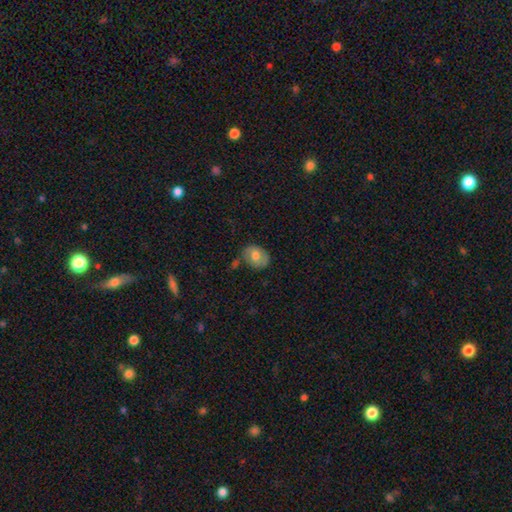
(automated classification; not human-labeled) smooth_or_featured: smooth (p=0.70) [alt: featured or disk p=0.23]
how_rounded: in between (p=0.58) [alt: round p=0.41]
merging: none (p=0.64) [alt: minor disturbance p=0.22]